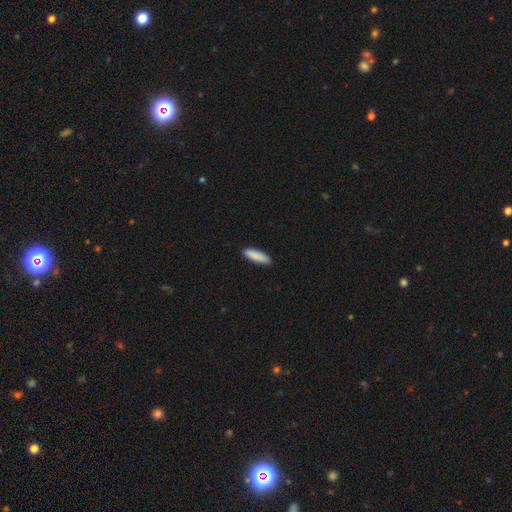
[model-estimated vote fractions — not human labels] smooth-or-featured: smooth: 89% | star or artifact: 6% | featured or disk: 5%
  how-rounded: cigar-shaped: 60% | in between: 38% | round: 1%
  merging: none: 90% | minor disturbance: 8% | major disturbance: 1% | merger: 1%